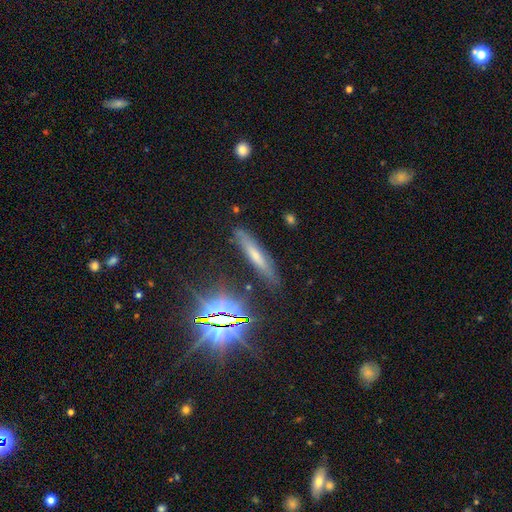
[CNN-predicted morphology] Smooth or featured? Predicted: smooth (p=0.47). Merging? Predicted: none (p=0.82).